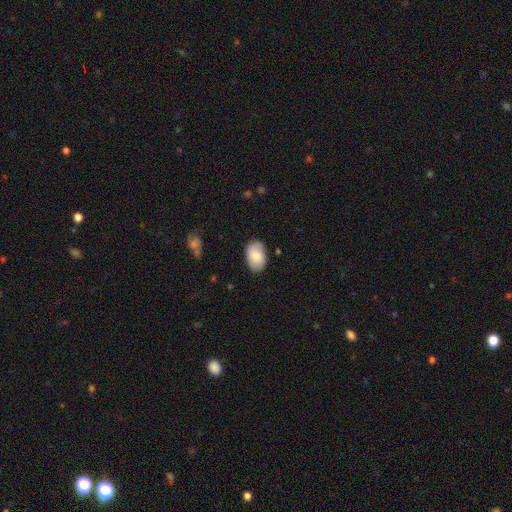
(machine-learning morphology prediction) Q: Smooth or featured?
A: smooth (84%); runner-up: featured or disk (10%)
Q: How rounded?
A: in between (91%); runner-up: round (8%)
Q: Merging?
A: none (82%); runner-up: minor disturbance (14%)